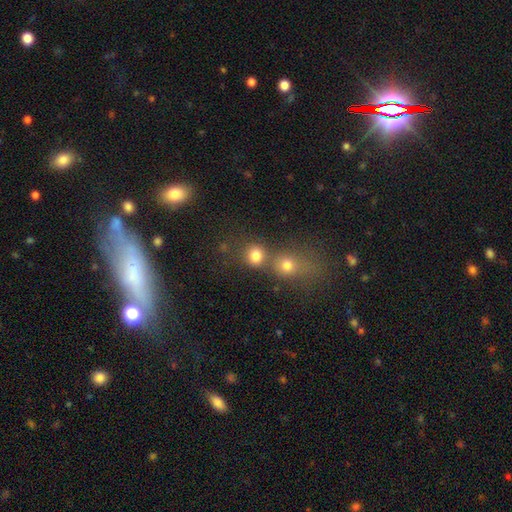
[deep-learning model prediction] This appears to be a smooth galaxy with no disk features (79%) that is round (80%). Merging: none (47%).